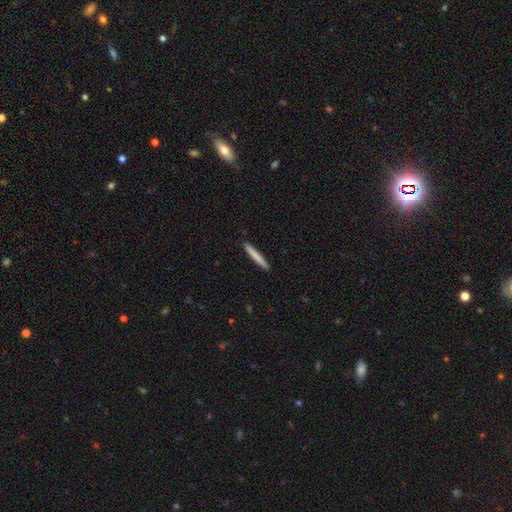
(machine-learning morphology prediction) Smooth or featured: smooth — 77% (featured or disk — 18%)
How rounded: cigar-shaped — 97% (in between — 2%)
Merging: none — 93% (minor disturbance — 5%)